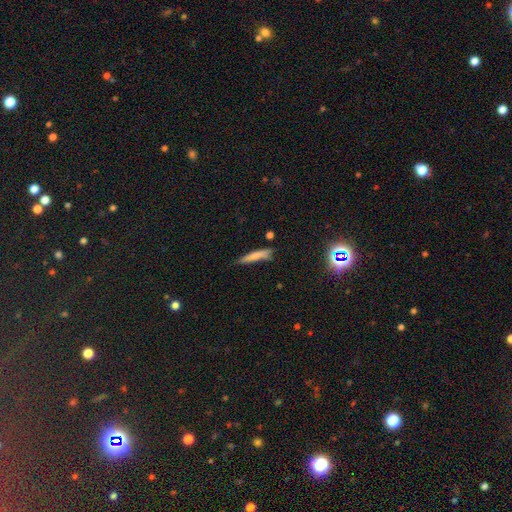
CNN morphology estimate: Smooth or featured? Predicted: smooth (p=0.72). How rounded? Predicted: cigar-shaped (p=0.89). Merging? Predicted: none (p=0.68).